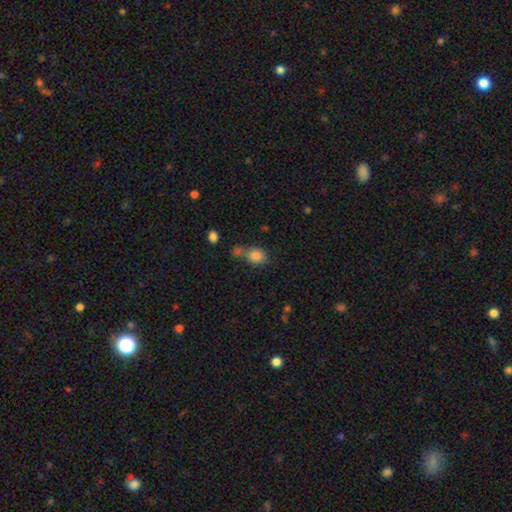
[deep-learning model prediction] Smooth or featured?
  - smooth: 84% *
  - star or artifact: 10%
  - featured or disk: 6%
How rounded?
  - round: 53% *
  - in between: 45%
  - cigar-shaped: 1%
Merging?
  - none: 50% *
  - merger: 29%
  - minor disturbance: 15%
  - major disturbance: 6%